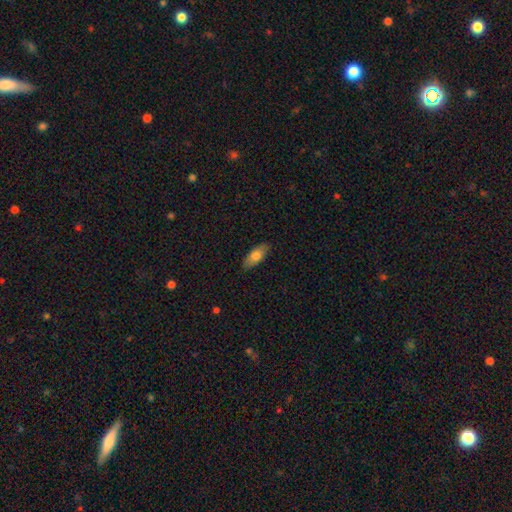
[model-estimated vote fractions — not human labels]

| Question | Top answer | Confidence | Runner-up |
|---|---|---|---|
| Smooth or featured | smooth | 75% | featured or disk (19%) |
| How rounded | in between | 77% | cigar-shaped (21%) |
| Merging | none | 87% | minor disturbance (10%) |